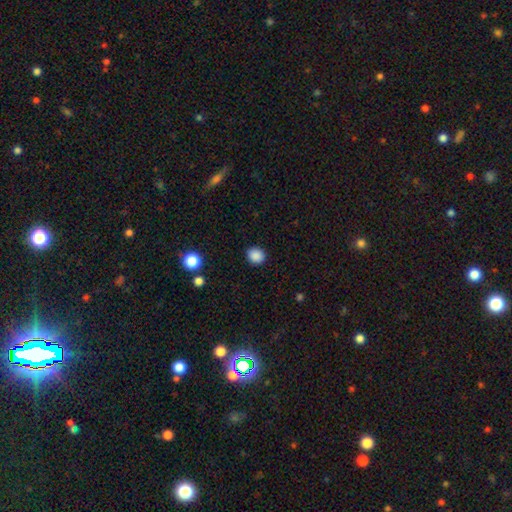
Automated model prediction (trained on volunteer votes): smooth_or_featured: smooth (p=0.88) [alt: star or artifact p=0.10]
how_rounded: round (p=0.81) [alt: in between p=0.18]
merging: none (p=0.90) [alt: minor disturbance p=0.06]